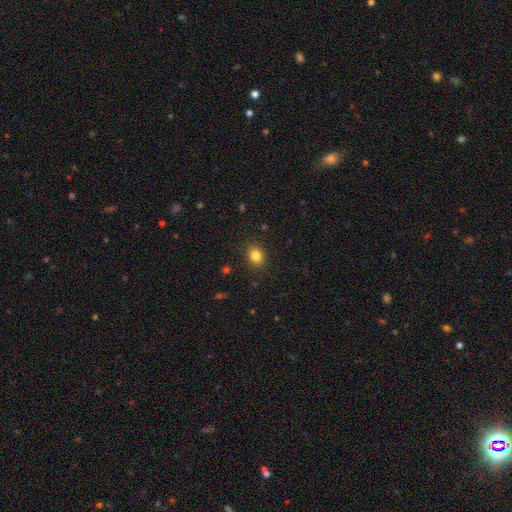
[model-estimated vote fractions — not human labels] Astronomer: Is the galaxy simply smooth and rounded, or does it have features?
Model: smooth — 83%.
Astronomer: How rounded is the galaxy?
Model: round — 50% (runner-up: in between, 49%).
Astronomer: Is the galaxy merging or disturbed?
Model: none — 88%.